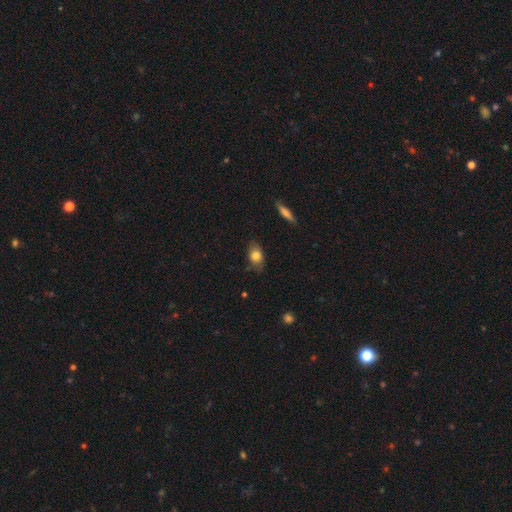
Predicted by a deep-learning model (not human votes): A smooth galaxy with no disk features (77%) that is in between round and cigar-shaped (80%).

Vote fractions:
- Smooth or featured? smooth: 77% / featured or disk: 15% / star or artifact: 8%
- How rounded? in between: 80% / round: 16% / cigar-shaped: 4%
- Merging? none: 68% / minor disturbance: 25% / major disturbance: 6% / merger: 2%